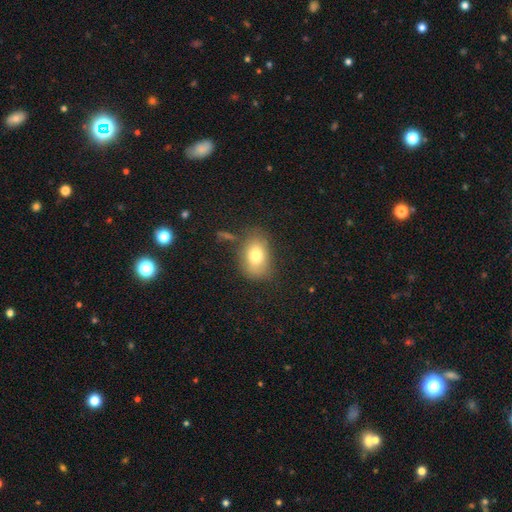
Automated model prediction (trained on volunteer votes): This appears to be a smooth galaxy with no disk features (77%) that is in between round and cigar-shaped (79%). Merging: none (71%).